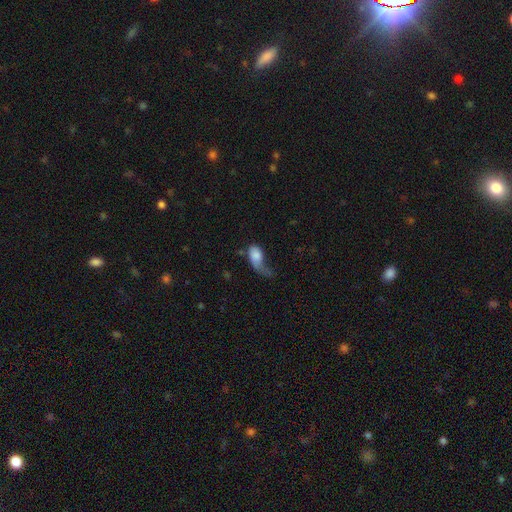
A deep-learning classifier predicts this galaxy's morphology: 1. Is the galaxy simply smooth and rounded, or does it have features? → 70% smooth, 22% featured or disk, 8% star or artifact.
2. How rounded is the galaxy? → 83% in between, 13% round, 4% cigar-shaped.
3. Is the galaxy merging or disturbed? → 60% major disturbance, 19% minor disturbance, 14% none, 7% merger.